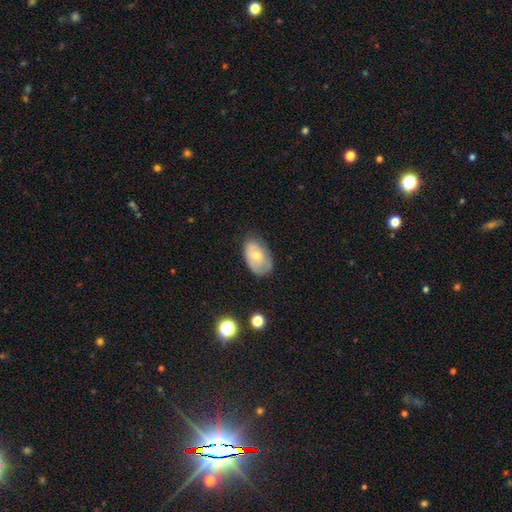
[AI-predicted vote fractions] smooth 56%, featured or disk 37%, star or artifact 7%. Down the decision tree: how rounded — in between (90%); merging — none (63%).